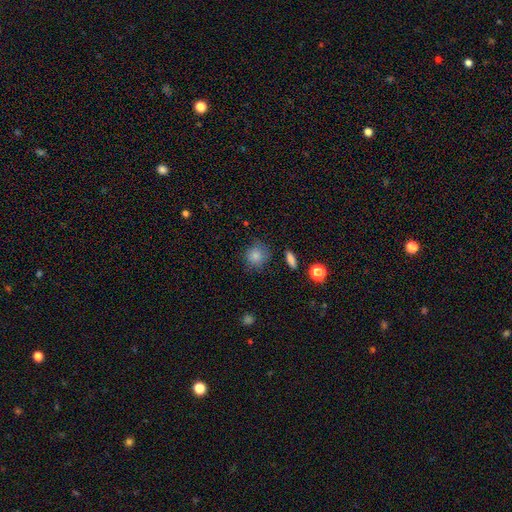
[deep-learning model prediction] Morphology: type=smooth (84%); roundness=round (84%); merging=none (74%).